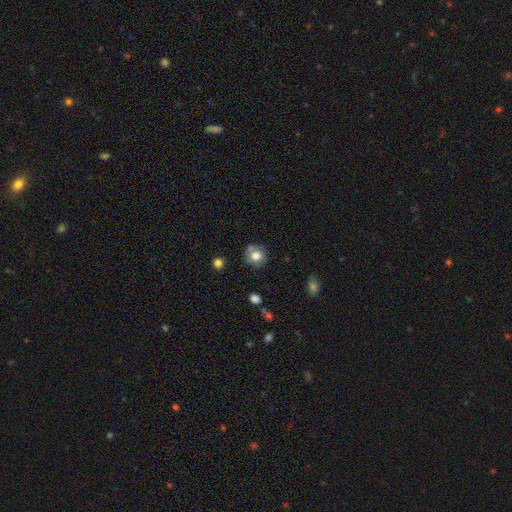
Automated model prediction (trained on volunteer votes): Smooth or featured: smooth — 72% (featured or disk — 18%)
How rounded: round — 88% (in between — 11%)
Merging: none — 78% (minor disturbance — 14%)